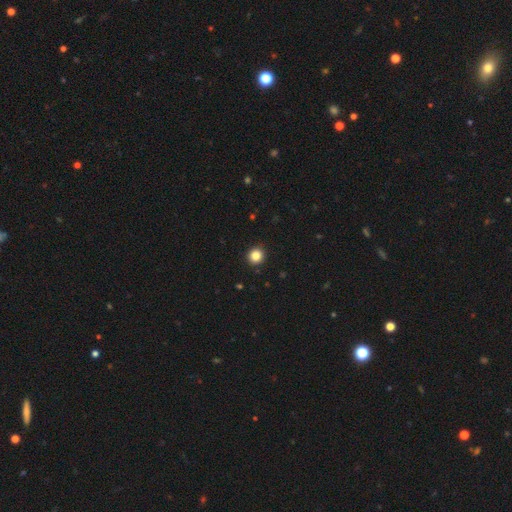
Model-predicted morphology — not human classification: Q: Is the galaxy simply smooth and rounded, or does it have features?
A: smooth — 85%.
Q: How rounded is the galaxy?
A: round — 93%.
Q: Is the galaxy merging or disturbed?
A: none — 93%.